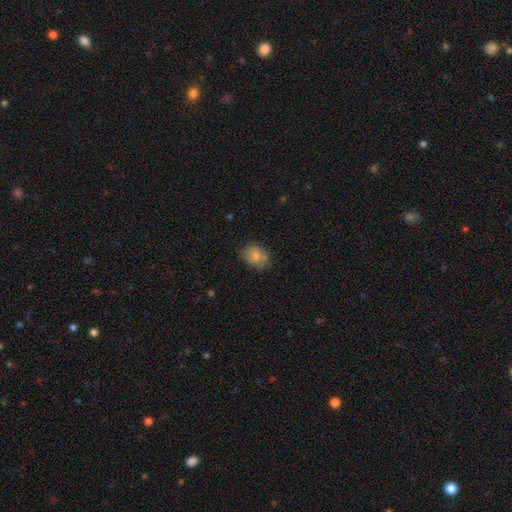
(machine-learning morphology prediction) smooth-or-featured: smooth: 79% | featured or disk: 13% | star or artifact: 9%
  how-rounded: in between: 69% | round: 29% | cigar-shaped: 1%
  merging: none: 66% | minor disturbance: 23% | major disturbance: 6% | merger: 4%